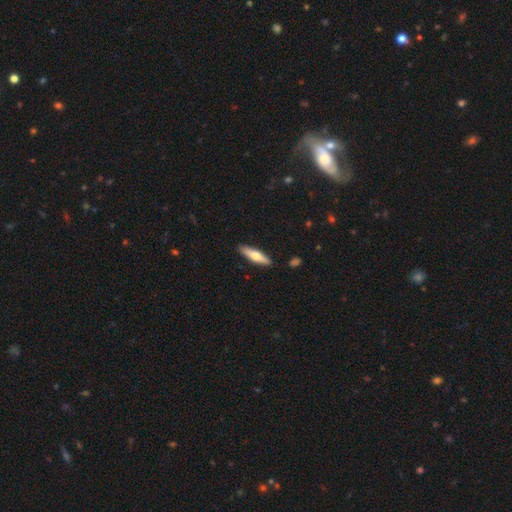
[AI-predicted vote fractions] Overall: smooth (56%; featured or disk 39%). How rounded: cigar-shaped (73%). Merging: none (89%).